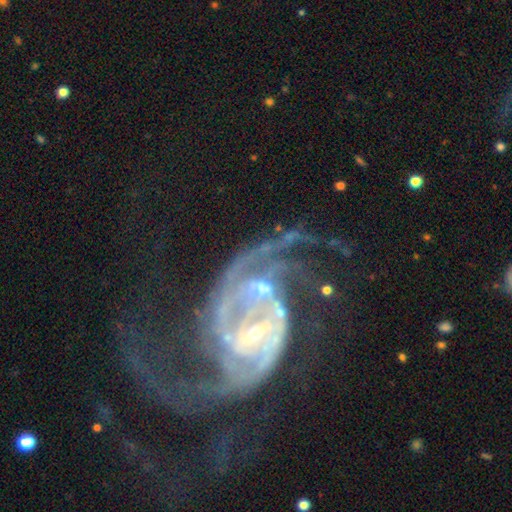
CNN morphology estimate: Smooth or featured: featured or disk — 90% (star or artifact — 7%)
Edge-on disk: no — 98% (yes — 2%)
Bar: weak — 38% (strong — 33%)
Spiral arms: yes — 97% (no — 3%)
Spiral winding: medium — 45% (loose — 34%)
Spiral arm count: 2 — 69% (can't tell — 9%)
Bulge size: small — 77% (moderate — 17%)
Merging: major disturbance — 36% (none — 33%)